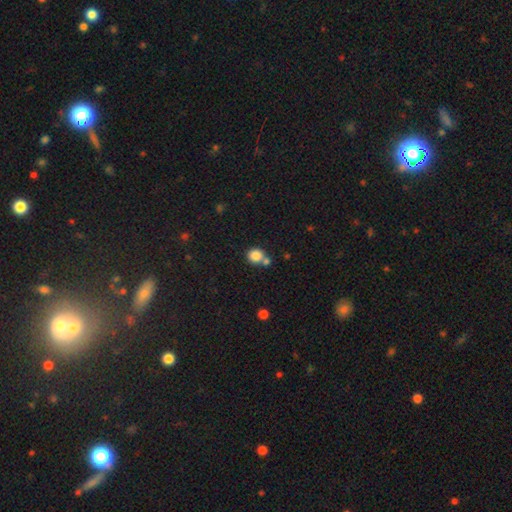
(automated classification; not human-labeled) This is clearly a smooth galaxy (85%). How rounded: clearly round (86%). Merging: possibly none (60%).